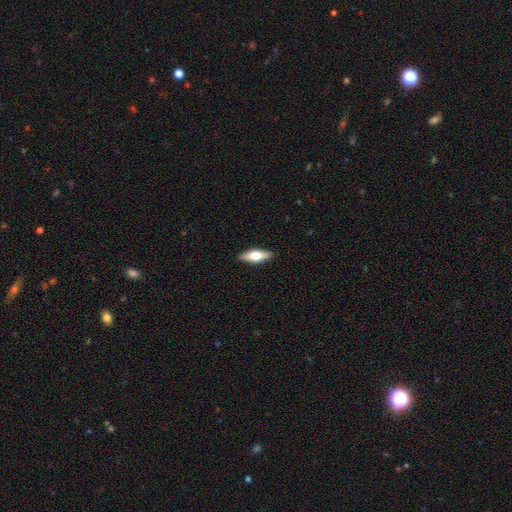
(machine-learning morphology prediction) Smooth or featured?
  - smooth: 53% *
  - featured or disk: 41%
  - star or artifact: 6%
How rounded?
  - in between: 57% *
  - cigar-shaped: 40%
  - round: 3%
Merging?
  - none: 89% *
  - minor disturbance: 8%
  - major disturbance: 2%
  - merger: 1%